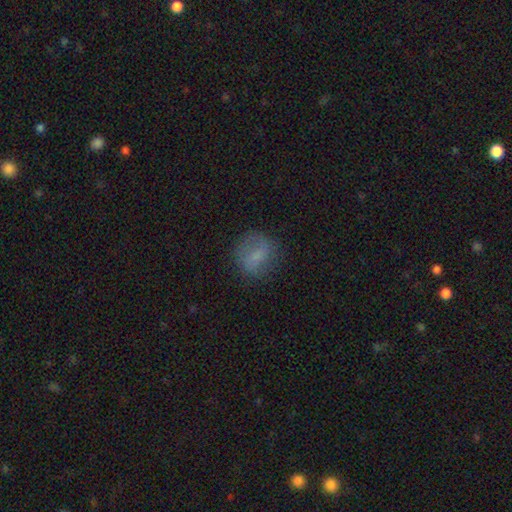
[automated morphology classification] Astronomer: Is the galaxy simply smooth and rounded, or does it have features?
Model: smooth — 64%.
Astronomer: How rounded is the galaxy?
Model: round — 67%.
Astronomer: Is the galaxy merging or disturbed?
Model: none — 72%.